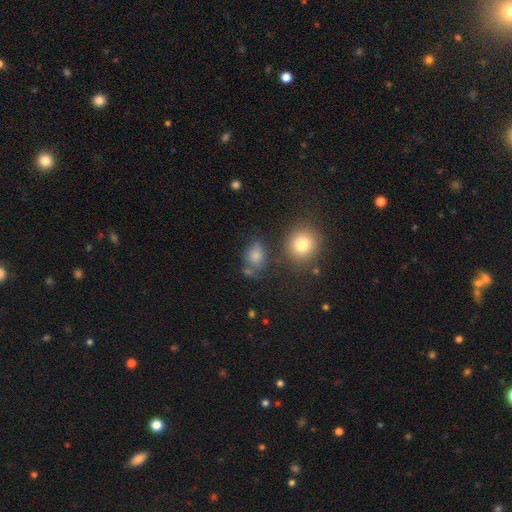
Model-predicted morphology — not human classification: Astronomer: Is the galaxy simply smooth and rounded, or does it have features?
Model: smooth — 77%.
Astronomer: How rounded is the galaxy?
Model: in between — 66%.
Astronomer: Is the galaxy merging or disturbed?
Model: none — 58%.